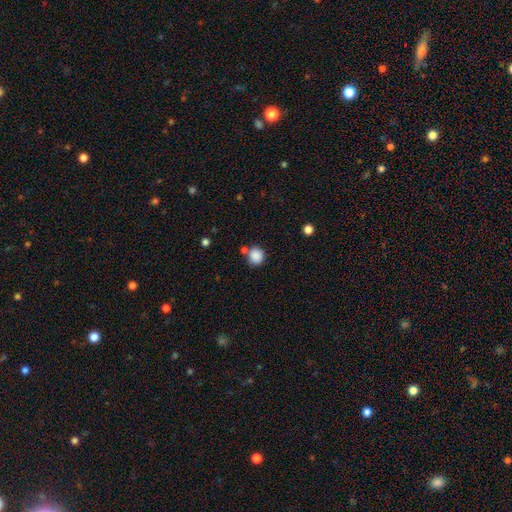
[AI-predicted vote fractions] Smooth or featured? smooth (87%)
How rounded? round (89%)
Merging? none (72%)